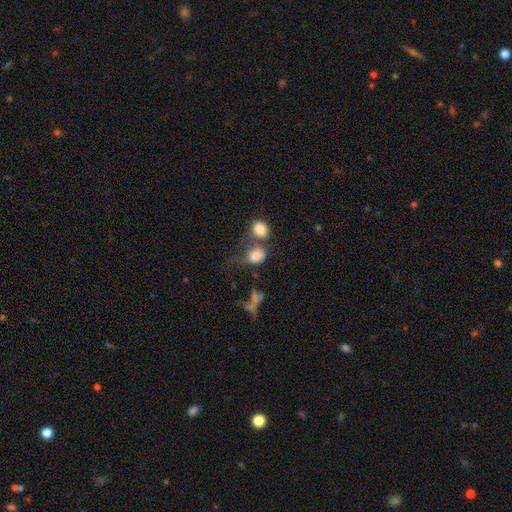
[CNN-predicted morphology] smooth 80%, featured or disk 11%, star or artifact 10%. Down the decision tree: how rounded — round (55%); merging — merger (42%).